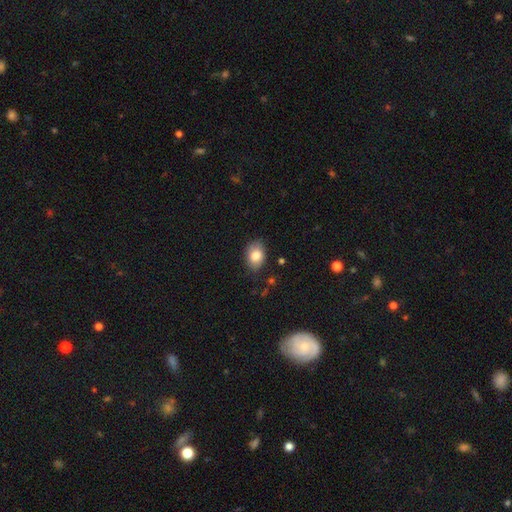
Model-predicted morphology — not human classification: A smooth galaxy with no disk features (81%) that is in between round and cigar-shaped (81%). Merging: none (78%).